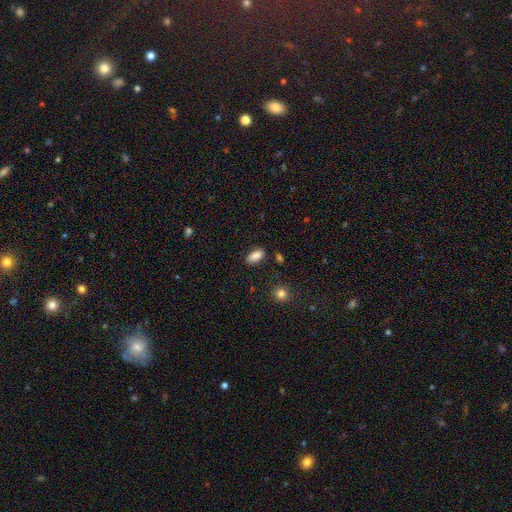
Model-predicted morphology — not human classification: type=smooth (87%); roundness=in between (91%); merging=none (86%).